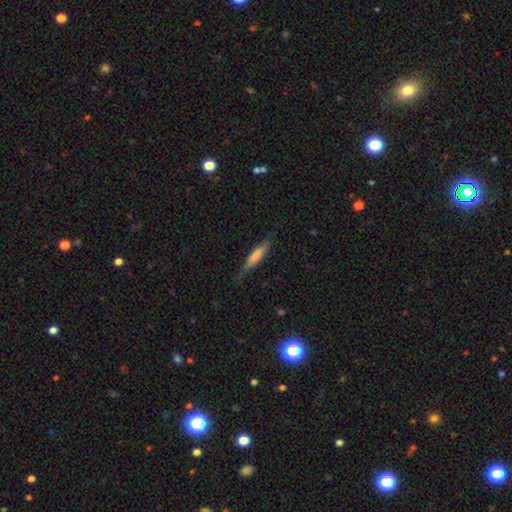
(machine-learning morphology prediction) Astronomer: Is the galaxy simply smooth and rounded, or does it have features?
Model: smooth — 55% (runner-up: featured or disk, 38%).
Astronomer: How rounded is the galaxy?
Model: cigar-shaped — 86%.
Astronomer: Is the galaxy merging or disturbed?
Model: none — 76%.